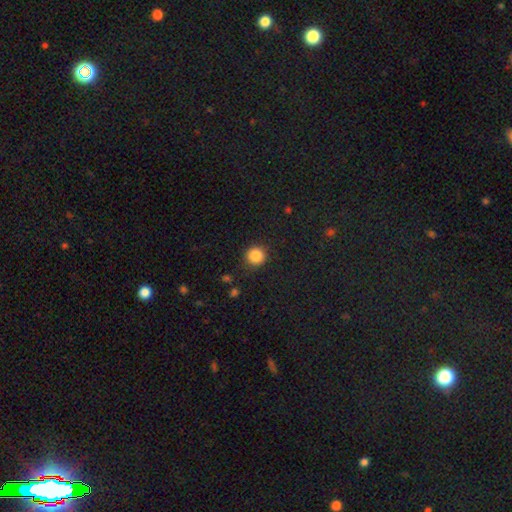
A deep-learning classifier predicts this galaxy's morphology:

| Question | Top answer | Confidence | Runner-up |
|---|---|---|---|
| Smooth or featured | smooth | 86% | star or artifact (11%) |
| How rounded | round | 92% | in between (7%) |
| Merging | none | 88% | minor disturbance (8%) |